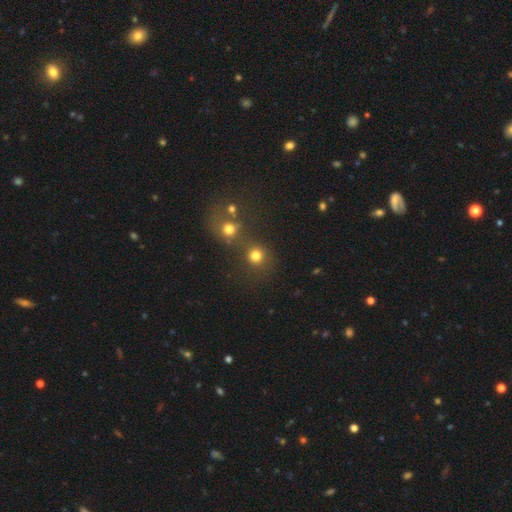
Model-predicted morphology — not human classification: Smooth or featured?
  - smooth: 78% *
  - star or artifact: 16%
  - featured or disk: 6%
How rounded?
  - round: 89% *
  - in between: 10%
  - cigar-shaped: 1%
Merging?
  - none: 62% *
  - merger: 26%
  - minor disturbance: 8%
  - major disturbance: 5%